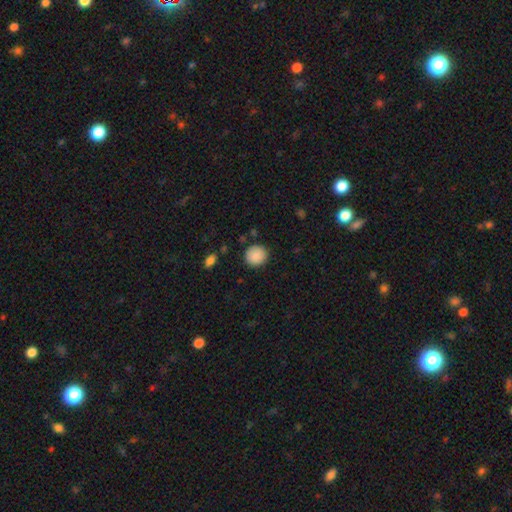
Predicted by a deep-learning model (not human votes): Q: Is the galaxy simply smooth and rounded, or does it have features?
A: smooth — 89%.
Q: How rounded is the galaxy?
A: round — 88%.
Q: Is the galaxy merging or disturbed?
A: none — 88%.